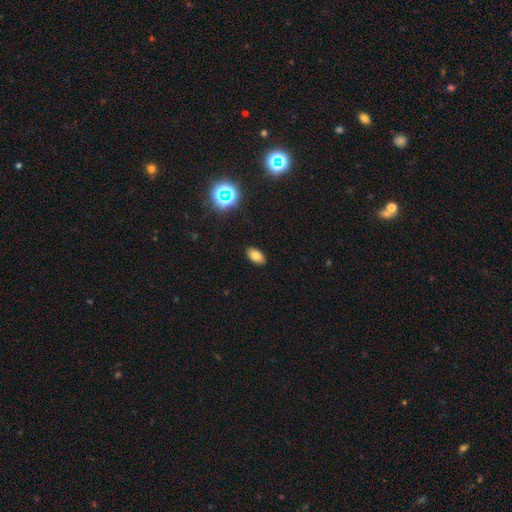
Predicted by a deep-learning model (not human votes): Morphology: type=smooth (77%); roundness=in between (92%); merging=none (89%).